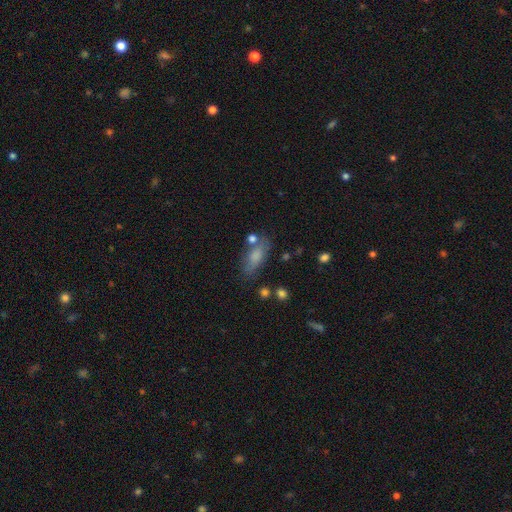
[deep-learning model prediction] Q: Smooth or featured?
A: smooth (76%); runner-up: featured or disk (15%)
Q: How rounded?
A: in between (79%); runner-up: cigar-shaped (16%)
Q: Merging?
A: none (64%); runner-up: minor disturbance (19%)